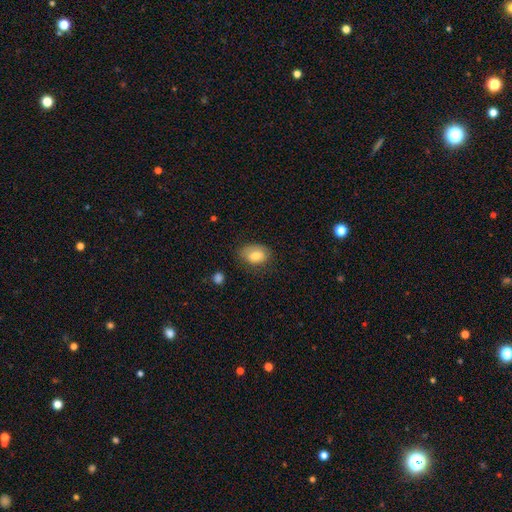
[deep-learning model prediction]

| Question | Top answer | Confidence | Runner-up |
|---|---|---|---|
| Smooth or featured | smooth | 78% | featured or disk (14%) |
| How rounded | in between | 78% | round (20%) |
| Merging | none | 65% | minor disturbance (26%) |